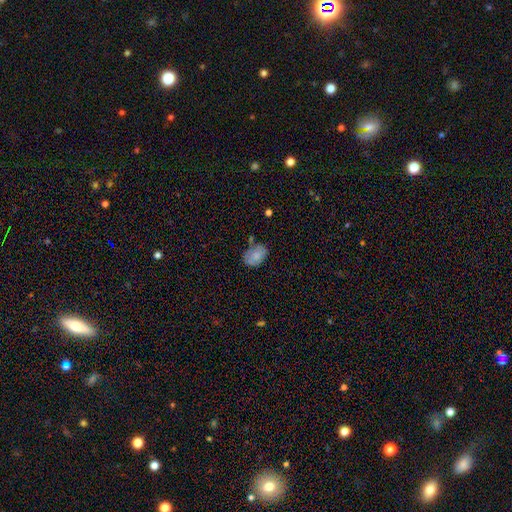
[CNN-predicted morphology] smooth-or-featured: smooth: 75% | featured or disk: 17% | star or artifact: 8%
  how-rounded: in between: 81% | round: 18% | cigar-shaped: 1%
  merging: none: 58% | minor disturbance: 27% | major disturbance: 8% | merger: 7%